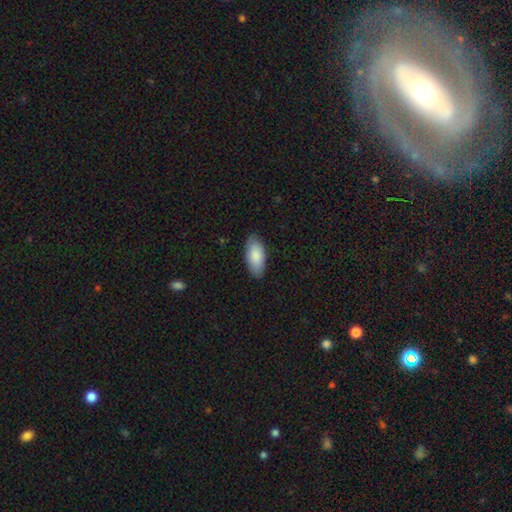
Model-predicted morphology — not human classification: Overall: smooth (86%). How rounded: in between (91%). Merging: none (86%).